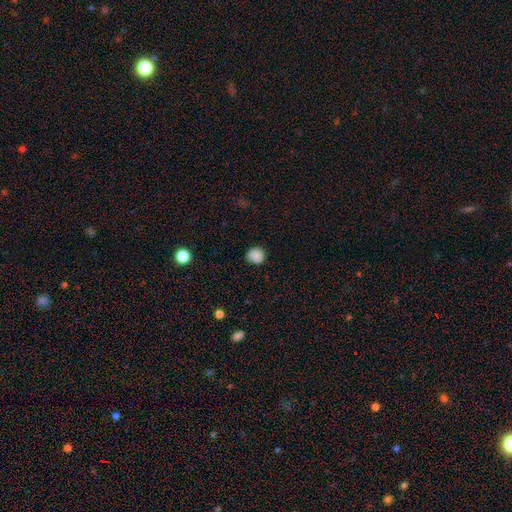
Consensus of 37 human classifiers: smooth_or_featured: smooth (p=0.95) [alt: featured or disk p=0.03]
how_rounded: round (p=0.77) [alt: in between p=0.23]
merging: none (p=0.69) [alt: minor disturbance p=0.22]